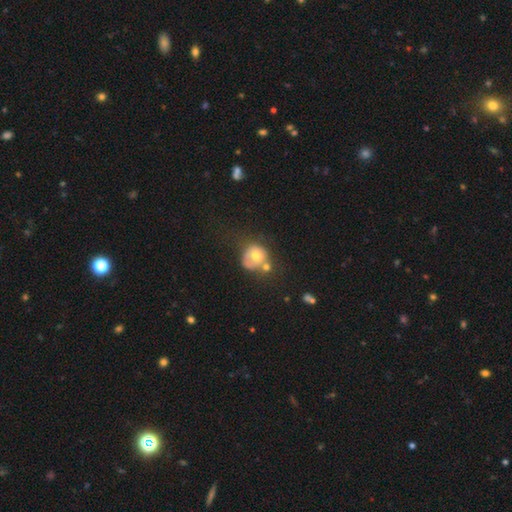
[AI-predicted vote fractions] This is likely a smooth galaxy (61%). How rounded: likely round (75%). Merging: marginally none (31%).